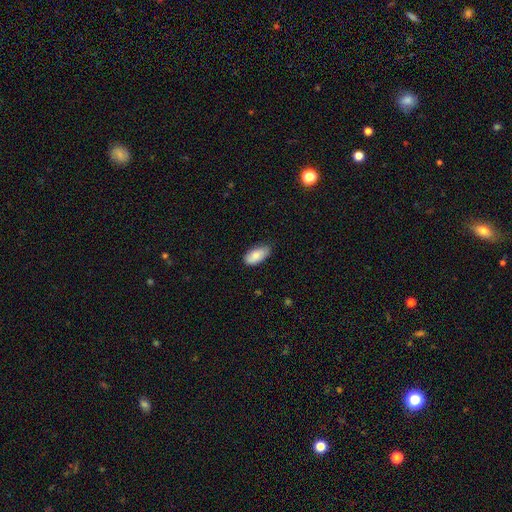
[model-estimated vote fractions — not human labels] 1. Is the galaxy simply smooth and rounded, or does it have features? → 82% smooth, 11% featured or disk, 6% star or artifact.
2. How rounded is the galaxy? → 92% in between, 5% cigar-shaped, 2% round.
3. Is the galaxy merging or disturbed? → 73% none, 23% minor disturbance, 3% major disturbance, 1% merger.